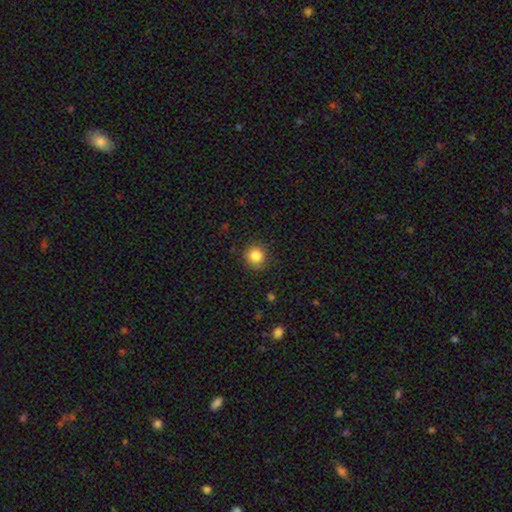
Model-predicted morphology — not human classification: Smooth or featured: smooth — 85% (star or artifact — 10%)
How rounded: round — 91% (in between — 8%)
Merging: none — 86% (minor disturbance — 10%)